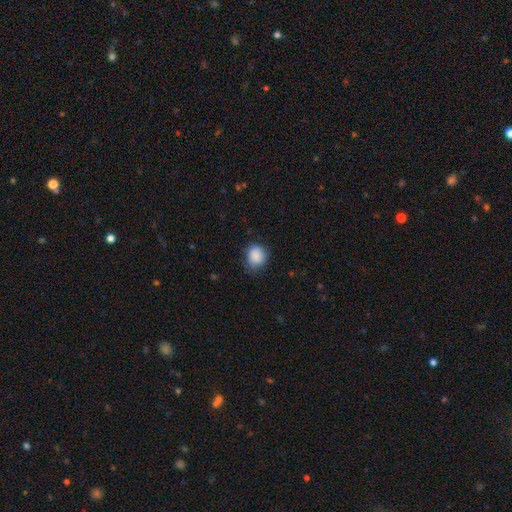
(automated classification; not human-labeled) The model was most divided on "how rounded": round: 66%, in between: 33%, cigar-shaped: 1%. More confident: smooth or featured — smooth (88%); merging — none (71%).